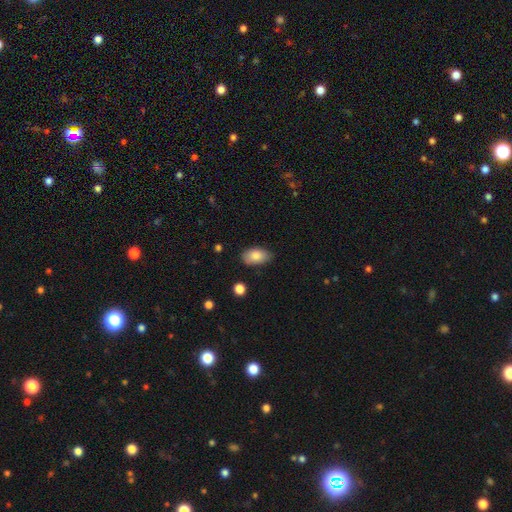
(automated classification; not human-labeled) The model was most divided on "merging": none: 77%, minor disturbance: 18%, major disturbance: 3%, merger: 2%. More confident: how rounded — in between (93%); smooth or featured — smooth (84%).